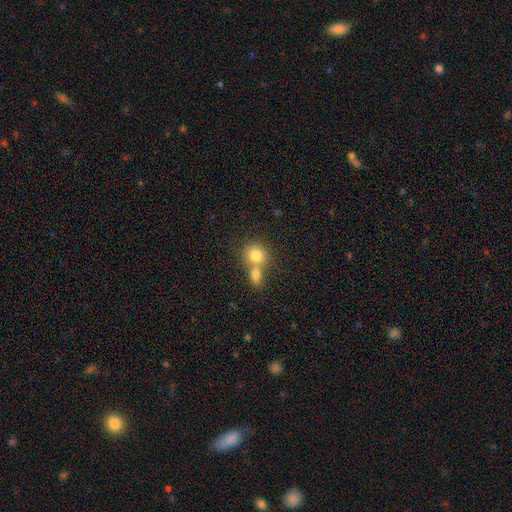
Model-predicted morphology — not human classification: Q: Smooth or featured?
A: smooth (80%); runner-up: featured or disk (11%)
Q: How rounded?
A: round (74%); runner-up: in between (24%)
Q: Merging?
A: merger (58%); runner-up: none (33%)